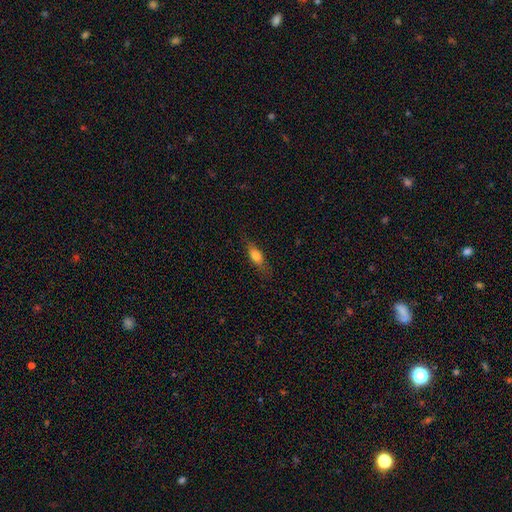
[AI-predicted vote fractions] Smooth or featured? Predicted: smooth (p=0.66). How rounded? Predicted: in between (p=0.59). Merging? Predicted: none (p=0.77).